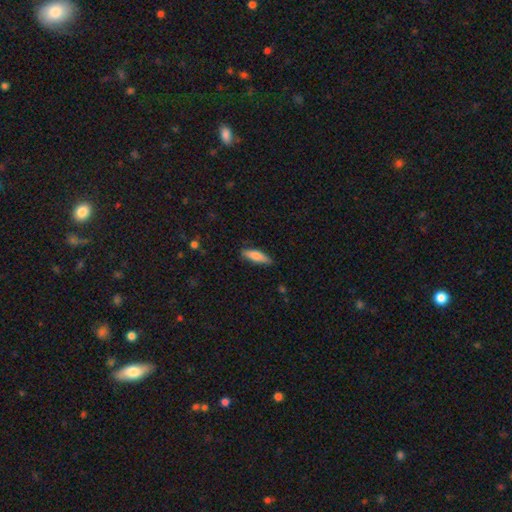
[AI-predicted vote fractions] Smooth or featured? Predicted: smooth (p=0.76). How rounded? Predicted: cigar-shaped (p=0.59). Merging? Predicted: none (p=0.83).